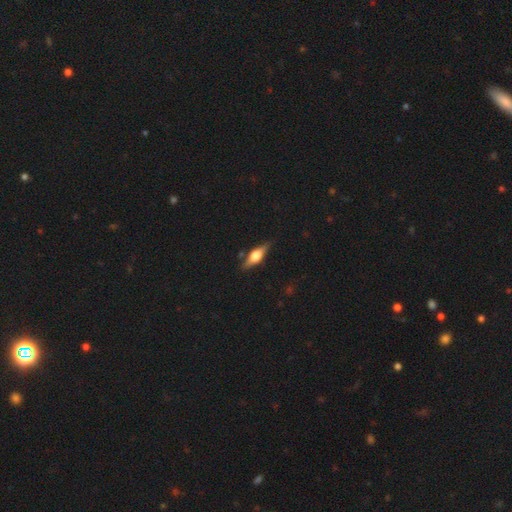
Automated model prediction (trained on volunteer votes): smooth_or_featured: featured or disk (p=0.64) [alt: smooth p=0.30]
disk_edge_on: yes (p=0.95) [alt: no p=0.05]
edge_on_bulge: rounded (p=0.92) [alt: boxy p=0.07]
merging: none (p=0.84) [alt: minor disturbance p=0.12]